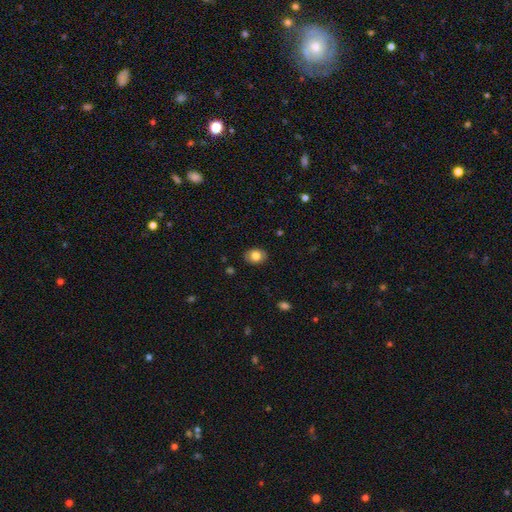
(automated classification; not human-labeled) Q: Smooth or featured?
A: smooth (81%); runner-up: featured or disk (11%)
Q: How rounded?
A: in between (60%); runner-up: round (39%)
Q: Merging?
A: none (86%); runner-up: minor disturbance (10%)